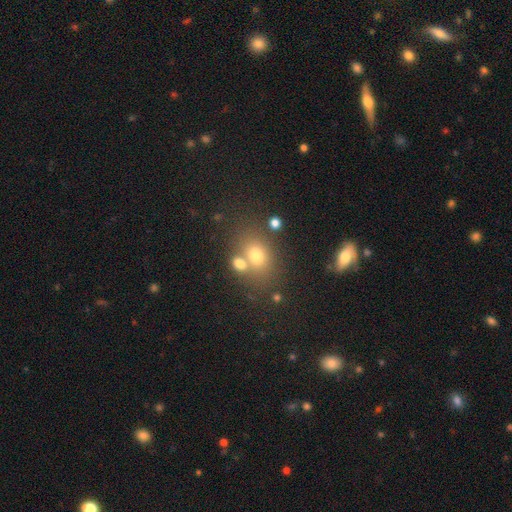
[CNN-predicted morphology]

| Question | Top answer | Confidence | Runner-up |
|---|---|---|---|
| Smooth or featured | smooth | 71% | star or artifact (15%) |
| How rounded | in between | 60% | round (38%) |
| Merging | none | 55% | merger (28%) |